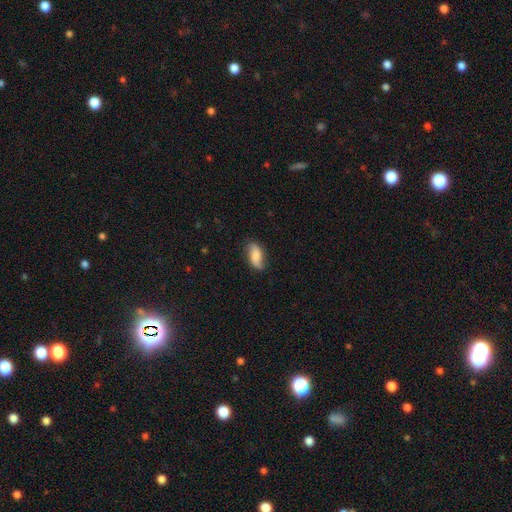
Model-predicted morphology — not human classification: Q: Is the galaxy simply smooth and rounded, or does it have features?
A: smooth — 68%.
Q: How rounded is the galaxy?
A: in between — 86%.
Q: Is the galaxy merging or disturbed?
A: none — 76%.